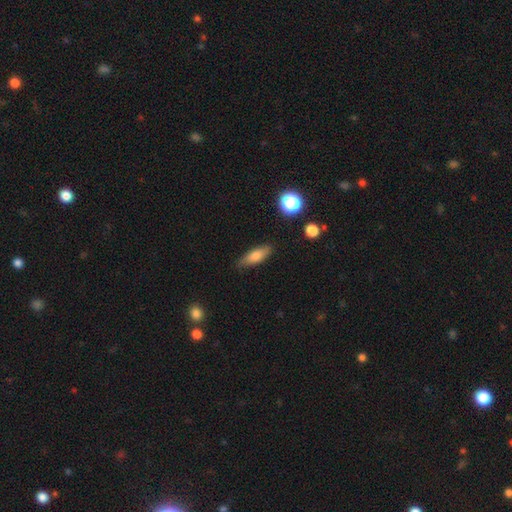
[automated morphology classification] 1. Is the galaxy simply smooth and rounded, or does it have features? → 73% smooth, 19% featured or disk, 8% star or artifact.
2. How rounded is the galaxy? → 56% in between, 40% cigar-shaped, 4% round.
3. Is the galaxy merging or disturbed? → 81% none, 14% minor disturbance, 3% major disturbance, 2% merger.